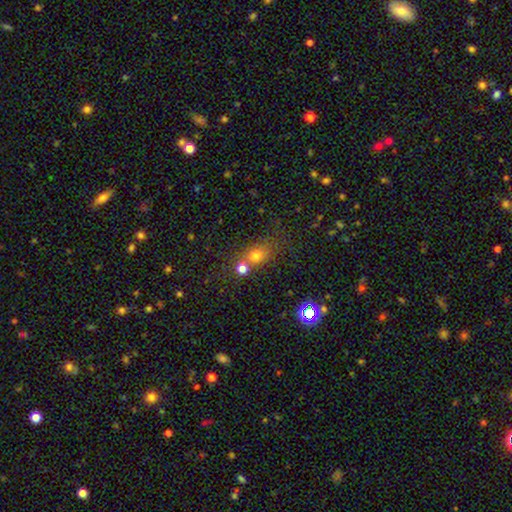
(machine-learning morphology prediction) This is likely a smooth galaxy (67%). How rounded: likely round (61%). Merging: possibly none (49%).